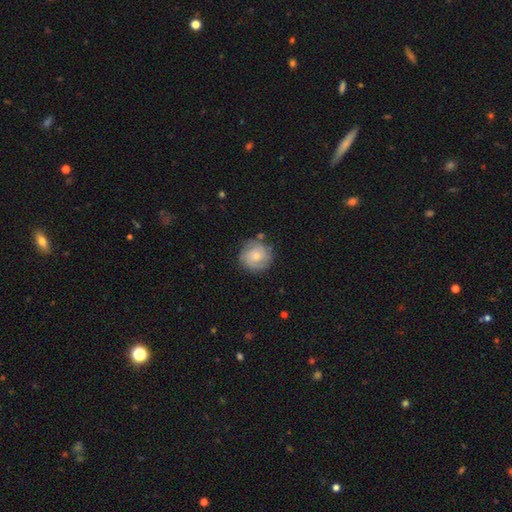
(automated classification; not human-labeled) Smooth or featured?
  - featured or disk: 48% *
  - smooth: 45%
  - star or artifact: 7%
Merging?
  - none: 75% *
  - minor disturbance: 17%
  - major disturbance: 5%
  - merger: 3%